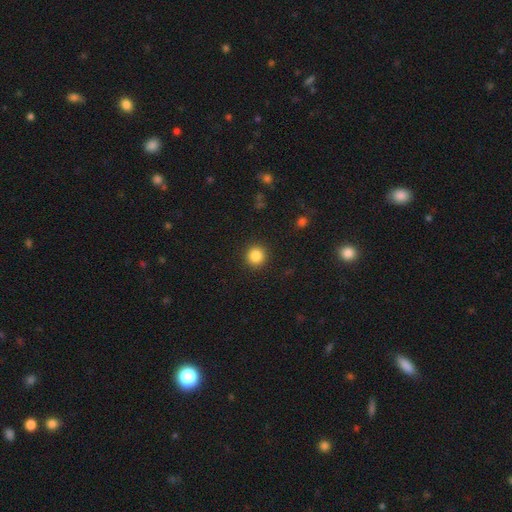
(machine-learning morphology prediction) This appears to be a smooth galaxy with no disk features (86%) that is round (93%). Merging: none (92%).